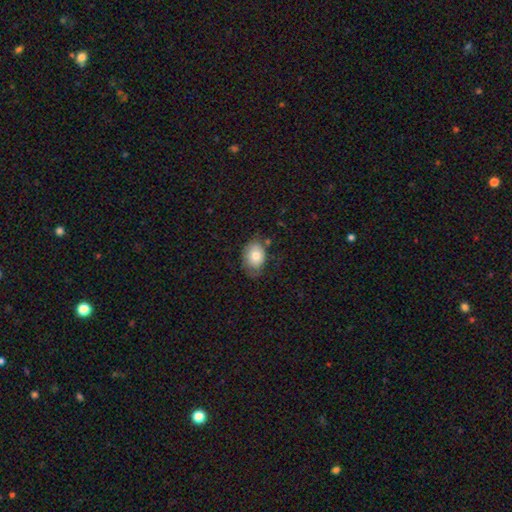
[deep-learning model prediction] smooth 78%, featured or disk 14%, star or artifact 8%. Down the decision tree: how rounded — in between (69%); merging — none (61%).